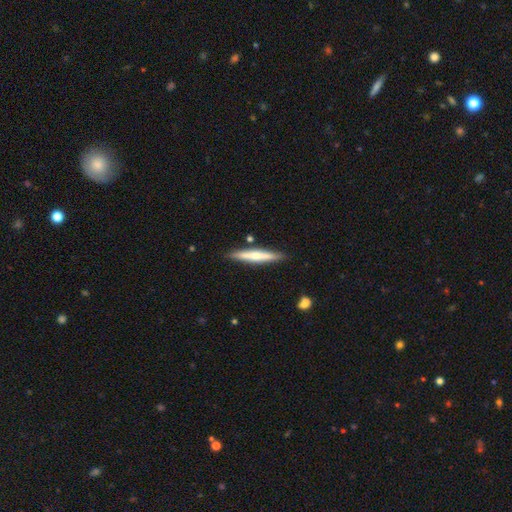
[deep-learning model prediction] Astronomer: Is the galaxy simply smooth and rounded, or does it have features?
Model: featured or disk — 48% (runner-up: smooth, 47%).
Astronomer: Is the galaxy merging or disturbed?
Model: none — 85%.